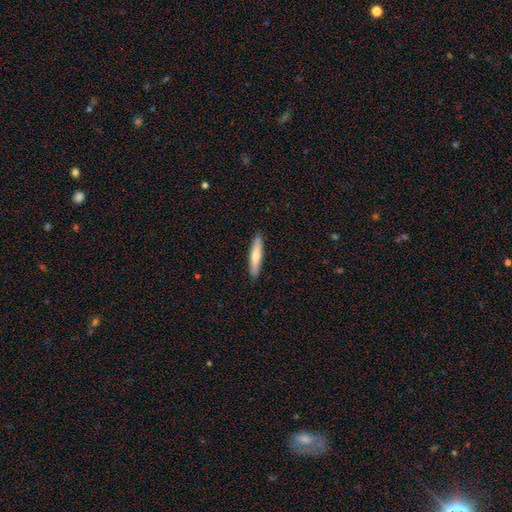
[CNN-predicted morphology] This is likely a smooth galaxy (67%). How rounded: clearly cigar-shaped (88%). Merging: clearly none (90%).